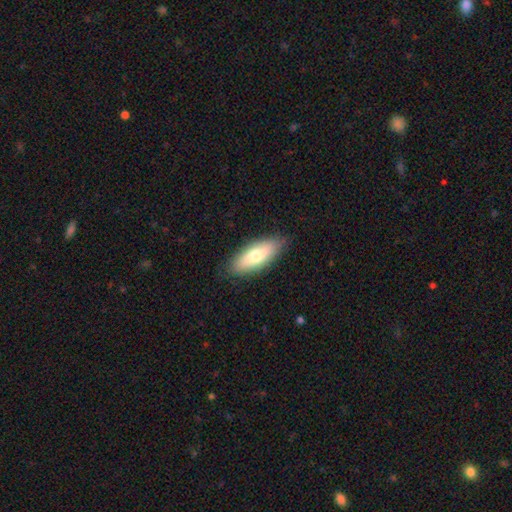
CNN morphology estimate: A smooth galaxy with no disk features (70%) that is in between round and cigar-shaped (72%). Merging: none (86%).